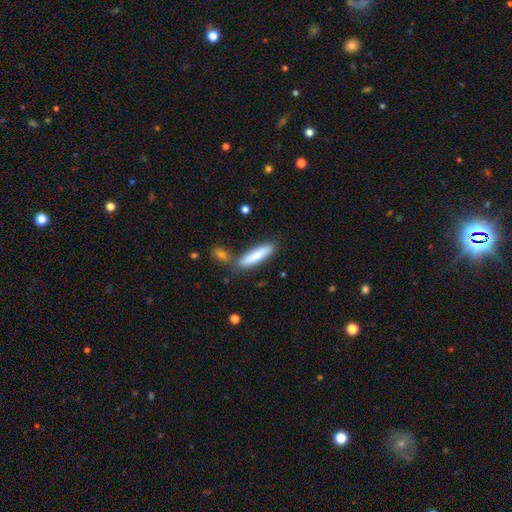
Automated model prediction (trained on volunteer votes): A smooth galaxy with no disk features (79%) that is cigar-shaped (79%). Merging: none (74%).